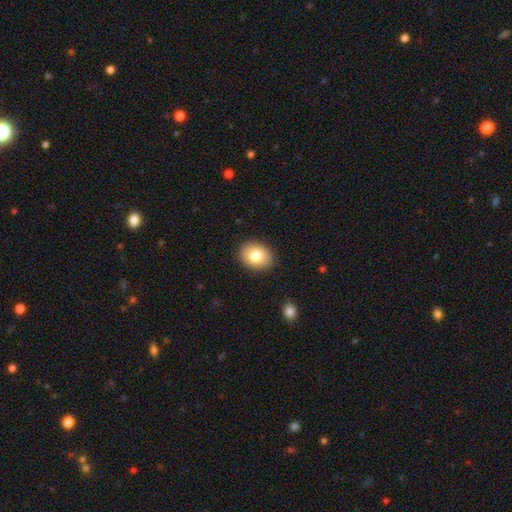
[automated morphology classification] This is clearly a smooth galaxy (80%). How rounded: likely in between (60%). Merging: clearly none (89%).